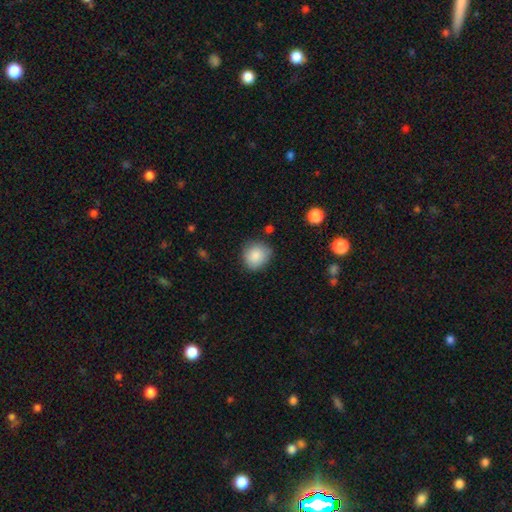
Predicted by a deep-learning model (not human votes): A smooth galaxy with no disk features (86%) that is round (81%). Merging: none (76%).